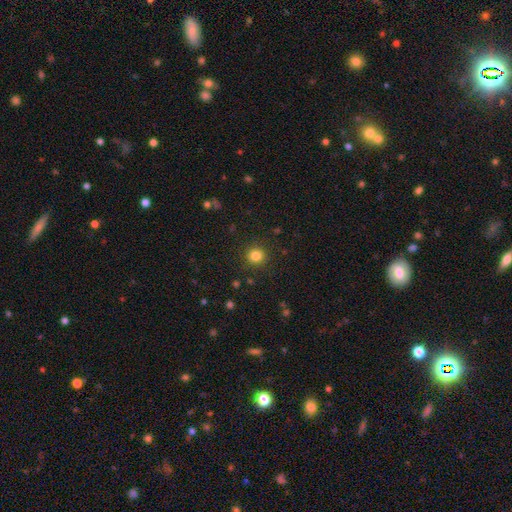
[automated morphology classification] Overall: smooth (83%). How rounded: round (92%). Merging: none (90%).